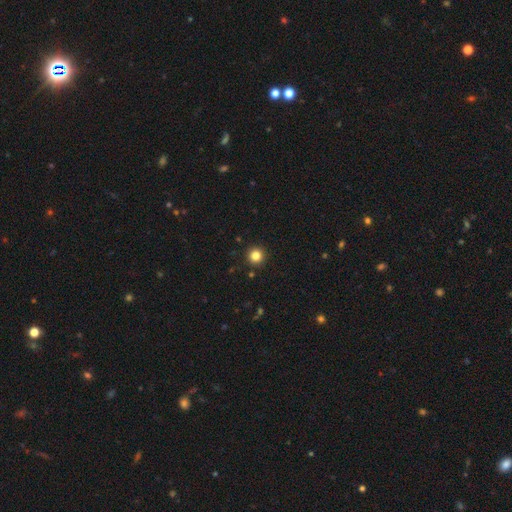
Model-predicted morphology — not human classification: type=smooth (83%); roundness=round (96%); merging=none (93%).